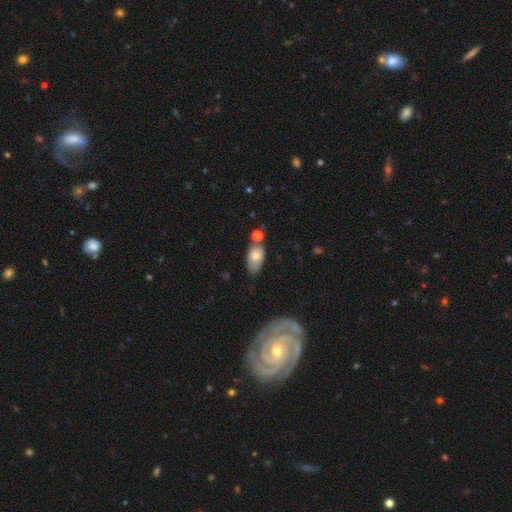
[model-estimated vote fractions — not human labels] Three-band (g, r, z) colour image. It shows a smooth galaxy with no disk features (76%) that is in between round and cigar-shaped (89%). Merging: none (50%).